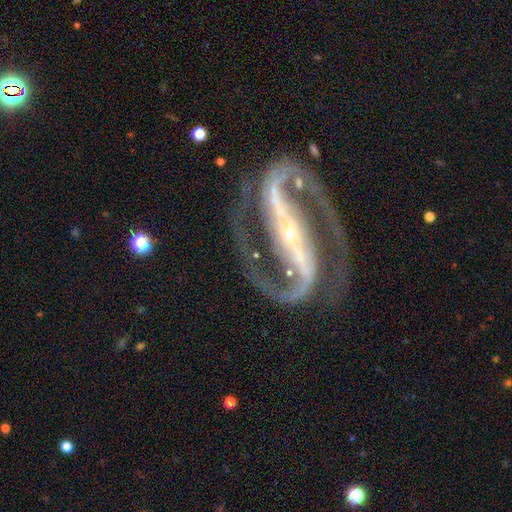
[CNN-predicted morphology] This is clearly a featured or disk galaxy (93%). It is clearly not viewed edge-on (97%). Bar: clearly strong (81%). Spiral arm pattern: clearly yes (98%). Spiral arm count: clearly 2 (94%). Spiral winding: likely medium (62%). Central bulge: likely small (76%). Merging: likely none (74%).